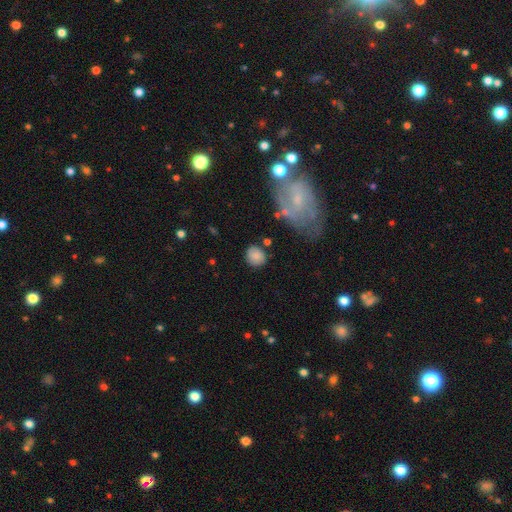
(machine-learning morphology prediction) A smooth galaxy with no disk features (82%) that is round (81%). Merging: none (78%).